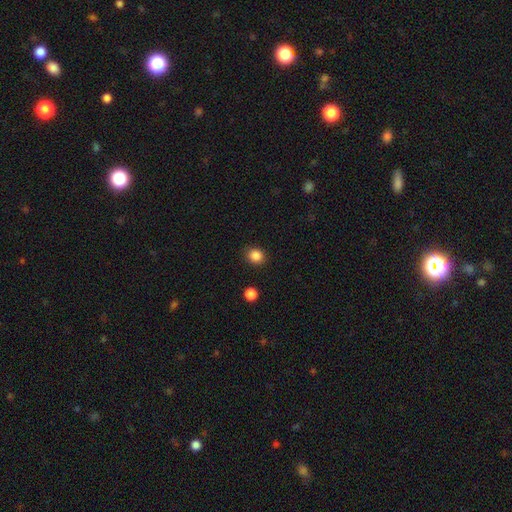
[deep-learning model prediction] smooth 86%, star or artifact 11%, featured or disk 3%. Down the decision tree: how rounded — round (80%); merging — none (89%).